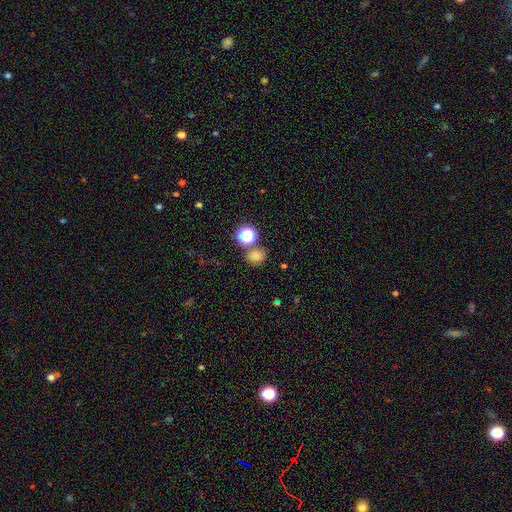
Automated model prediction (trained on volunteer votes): This appears to be a smooth galaxy with no disk features (73%) that is round (60%). Merging: none (71%).